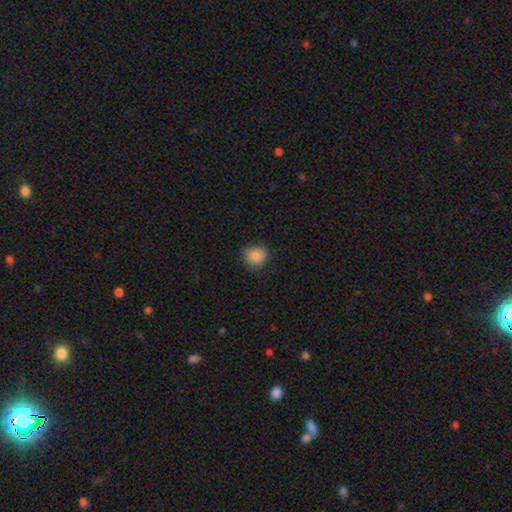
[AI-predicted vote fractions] Smooth or featured?
  - smooth: 85% *
  - star or artifact: 10%
  - featured or disk: 6%
How rounded?
  - round: 81% *
  - in between: 18%
  - cigar-shaped: 1%
Merging?
  - none: 82% *
  - minor disturbance: 14%
  - major disturbance: 3%
  - merger: 1%